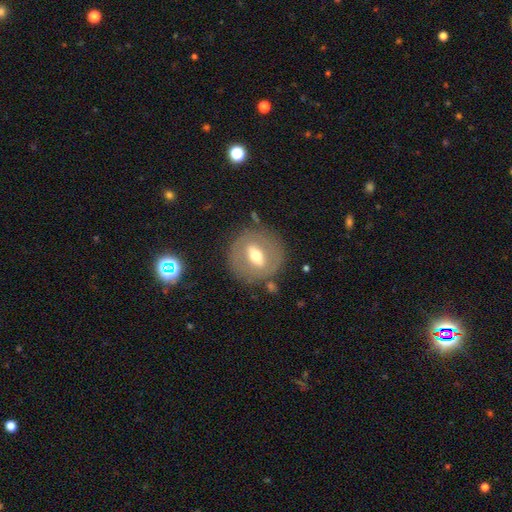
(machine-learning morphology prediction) The model was most divided on "smooth or featured": featured or disk: 55%, smooth: 37%, star or artifact: 7%. More confident: edge-on disk — no (82%); merging — none (79%).